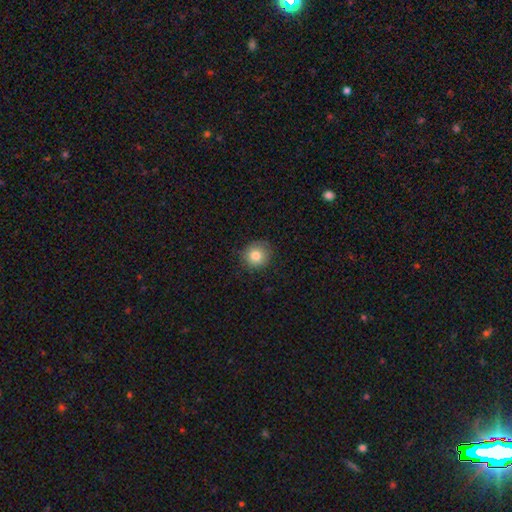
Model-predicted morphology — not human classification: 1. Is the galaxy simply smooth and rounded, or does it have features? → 81% smooth, 10% star or artifact, 9% featured or disk.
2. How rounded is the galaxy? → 91% round, 8% in between, 1% cigar-shaped.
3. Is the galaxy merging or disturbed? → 84% none, 12% minor disturbance, 3% major disturbance, 1% merger.